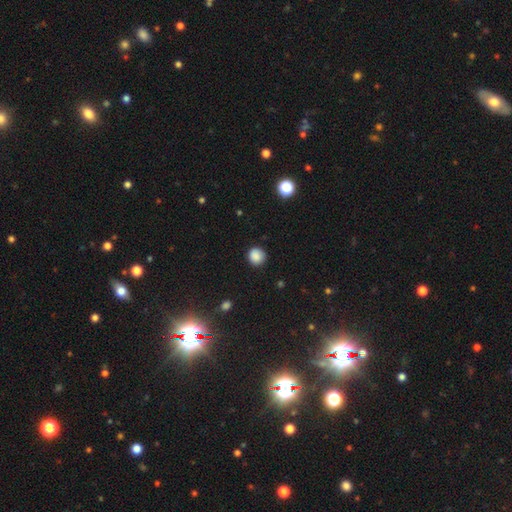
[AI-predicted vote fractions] This appears to be a smooth galaxy with no disk features (87%) that is round (89%). Merging: none (88%).